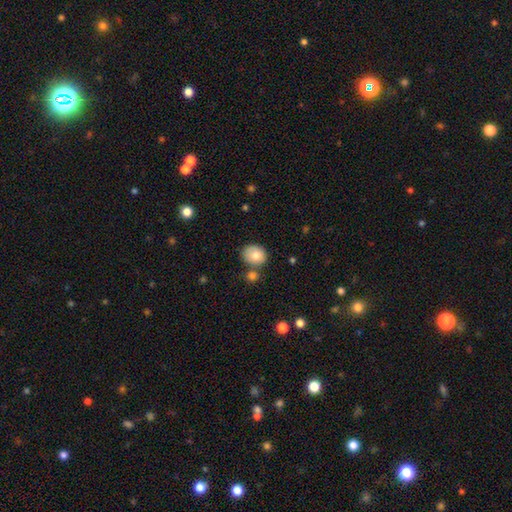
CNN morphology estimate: smooth-or-featured: smooth: 78% | featured or disk: 14% | star or artifact: 9%
  how-rounded: round: 67% | in between: 32% | cigar-shaped: 1%
  merging: none: 67% | merger: 16% | minor disturbance: 14% | major disturbance: 4%